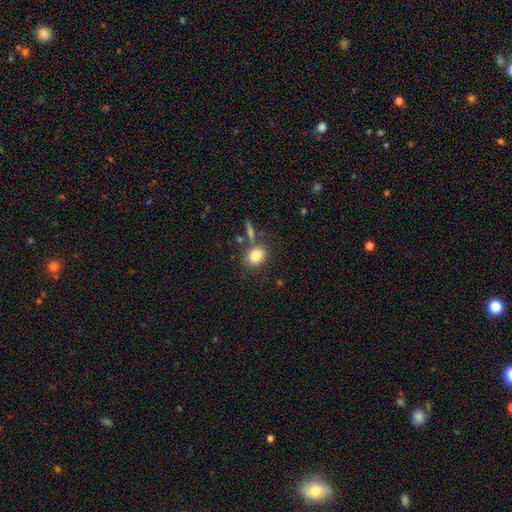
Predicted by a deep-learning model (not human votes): Smooth or featured? smooth (82%)
How rounded? in between (56%)
Merging? none (68%)